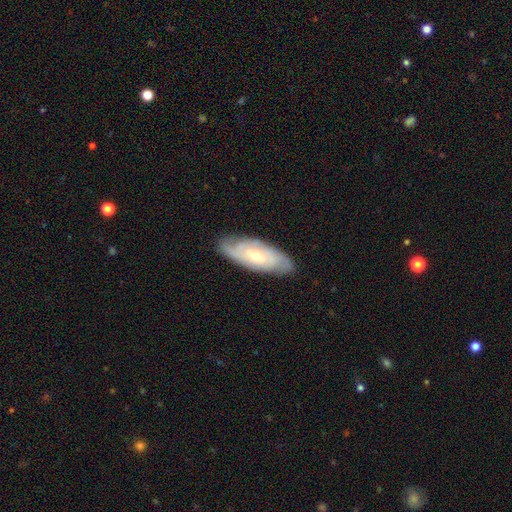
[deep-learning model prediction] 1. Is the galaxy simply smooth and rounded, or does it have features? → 69% featured or disk, 25% smooth, 6% star or artifact.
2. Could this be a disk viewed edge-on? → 85% no, 15% yes.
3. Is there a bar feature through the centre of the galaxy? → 68% no, 26% weak, 6% strong.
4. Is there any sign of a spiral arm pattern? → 89% yes, 11% no.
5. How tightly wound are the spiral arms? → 64% tight, 29% medium, 8% loose.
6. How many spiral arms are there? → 44% can't tell, 27% 2, 15% 3, 7% 4, 4% 1, 3% more than 4.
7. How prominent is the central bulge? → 51% small, 45% moderate, 2% large, 1% none, 1% dominant.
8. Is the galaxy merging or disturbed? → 82% none, 14% minor disturbance, 3% major disturbance, 1% merger.